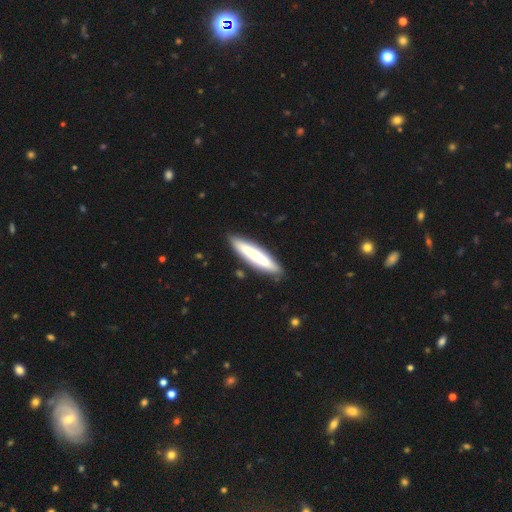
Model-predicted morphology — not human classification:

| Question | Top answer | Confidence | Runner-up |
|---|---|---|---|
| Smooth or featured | smooth | 58% | featured or disk (37%) |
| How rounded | cigar-shaped | 85% | in between (13%) |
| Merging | none | 85% | minor disturbance (11%) |